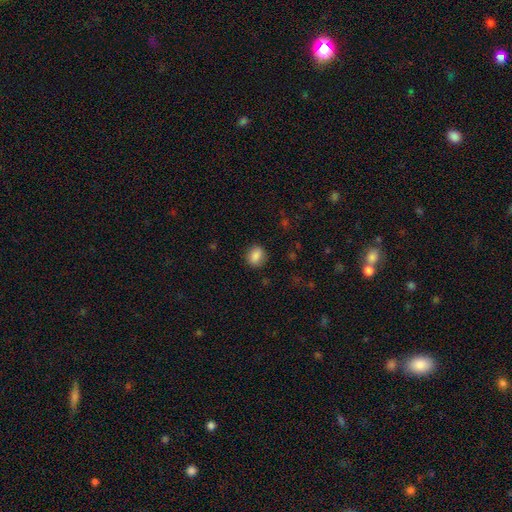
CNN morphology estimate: Smooth or featured: smooth — 86% (star or artifact — 9%)
How rounded: round — 57% (in between — 42%)
Merging: none — 86% (minor disturbance — 10%)